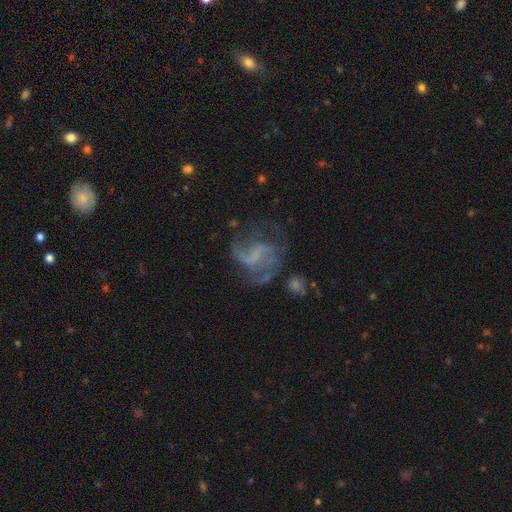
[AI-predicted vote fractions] Overall: featured or disk (74%). Edge-on disk: no (98%). Bar: weak (43%; no 41%). Spiral arms: yes (82%). Spiral arm count: 2 (51%; can't tell 18%). Spiral winding: loose (47%; medium 40%). Bulge size: none (62%; small 24%). Merging: none (45%; major disturbance 31%).